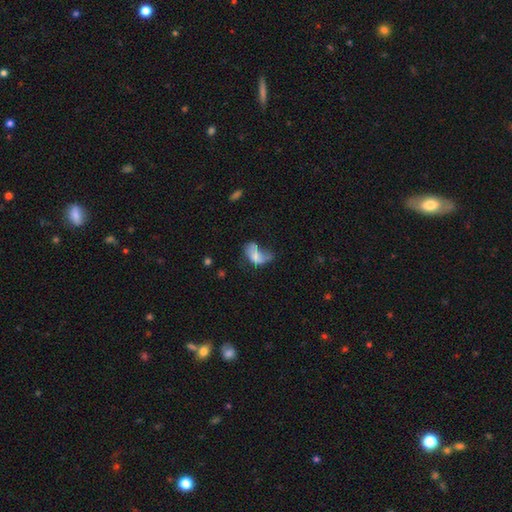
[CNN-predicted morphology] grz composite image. It shows a smooth galaxy with no disk features (55%) that is in between round and cigar-shaped (89%). Merging: major disturbance (44%).